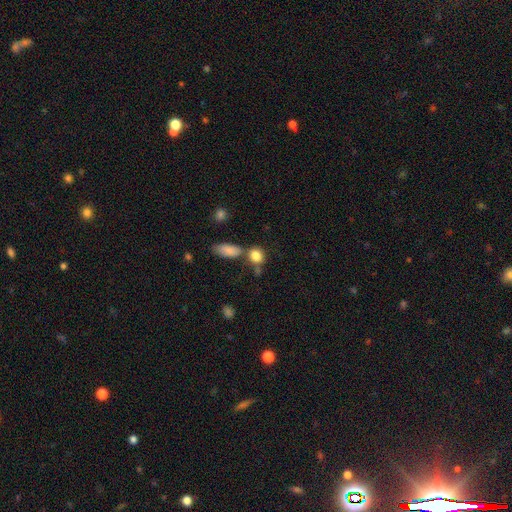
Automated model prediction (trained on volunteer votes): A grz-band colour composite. It shows a smooth galaxy with no disk features (84%) that is round (56%). Merging: none (55%).